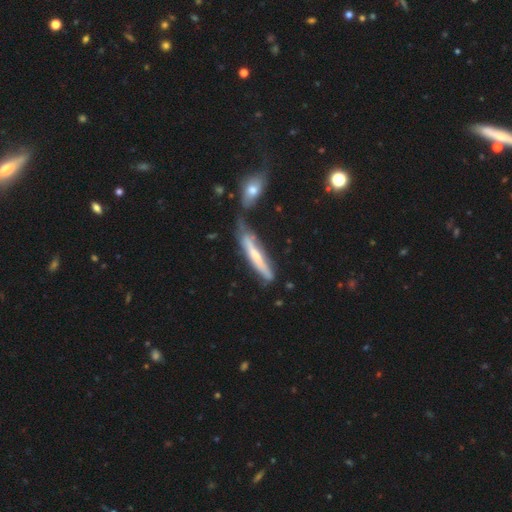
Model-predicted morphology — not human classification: This is possibly a featured or disk galaxy (52%). It is clearly viewed edge-on (82%). Merging: possibly none (46%).